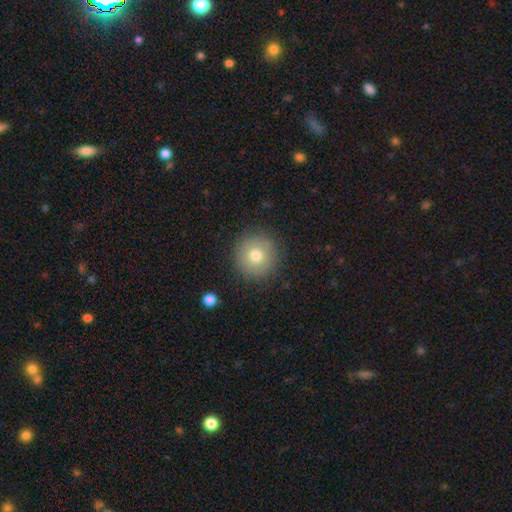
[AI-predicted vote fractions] This is likely a smooth galaxy (74%). How rounded: clearly round (95%). Merging: clearly none (88%).